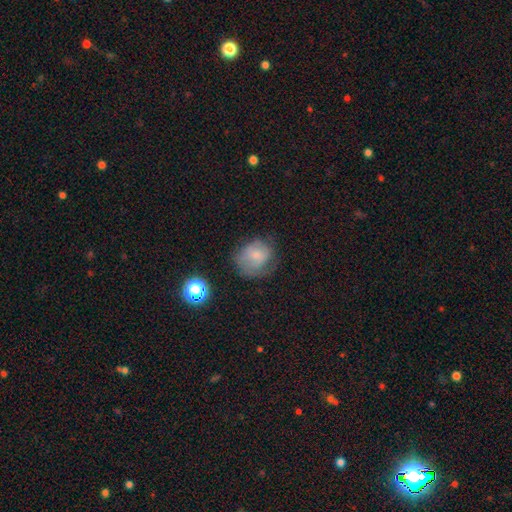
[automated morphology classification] Smooth or featured? Predicted: smooth (p=0.65). How rounded? Predicted: round (p=0.63). Merging? Predicted: none (p=0.49).